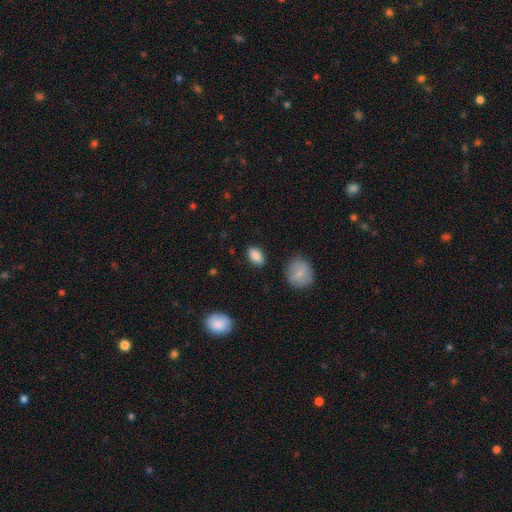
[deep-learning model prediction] smooth 86%, star or artifact 8%, featured or disk 6%. Down the decision tree: how rounded — in between (88%); merging — none (86%).